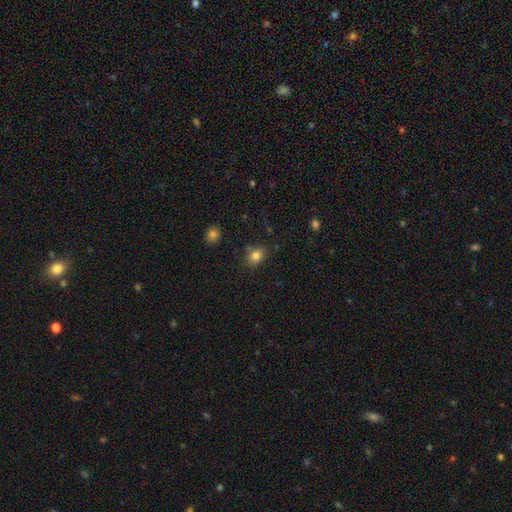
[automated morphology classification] Smooth or featured? smooth (83%)
How rounded? round (52%)
Merging? none (79%)